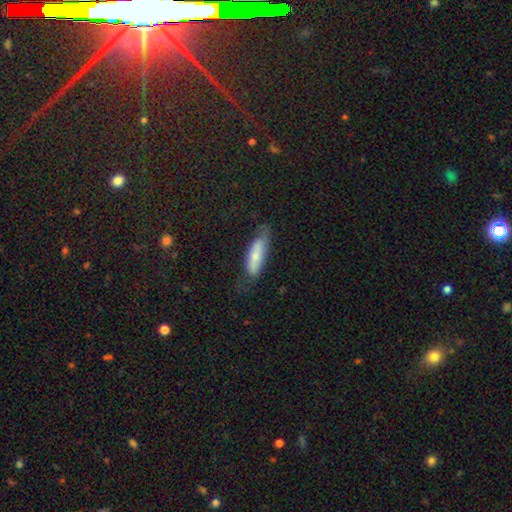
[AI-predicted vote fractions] This appears to be a smooth galaxy with no disk features (69%) that is cigar-shaped (53%). Merging: none (62%).